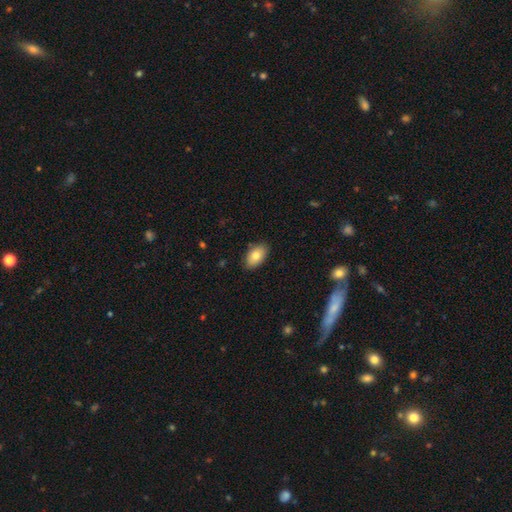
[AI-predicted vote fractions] The model was most divided on "smooth or featured": smooth: 81%, featured or disk: 13%, star or artifact: 7%. More confident: how rounded — in between (93%); merging — none (86%).